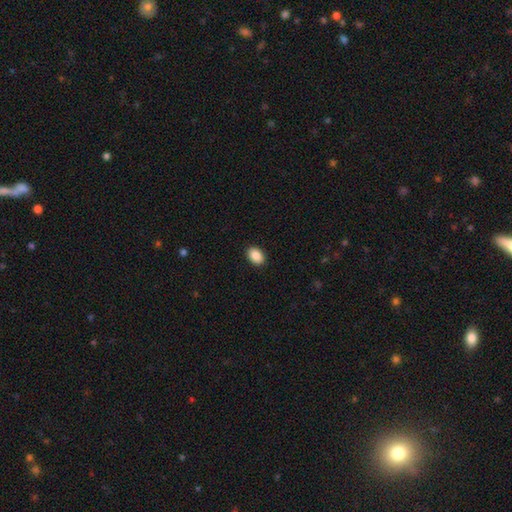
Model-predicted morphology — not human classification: This appears to be a smooth galaxy with no disk features (89%) that is in between round and cigar-shaped (81%). Merging: none (91%).